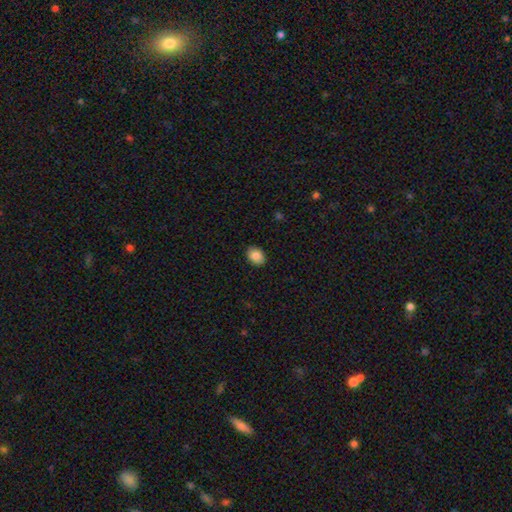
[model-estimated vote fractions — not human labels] Smooth or featured? Predicted: smooth (p=0.87). How rounded? Predicted: in between (p=0.66). Merging? Predicted: none (p=0.89).